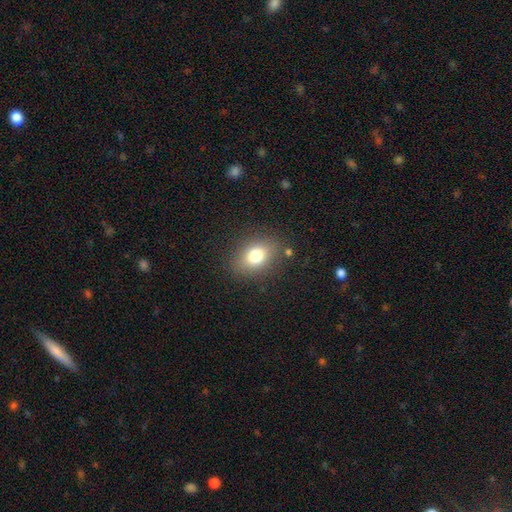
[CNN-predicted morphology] This appears to be a smooth galaxy with no disk features (77%) that is in between round and cigar-shaped (66%). Merging: none (83%).